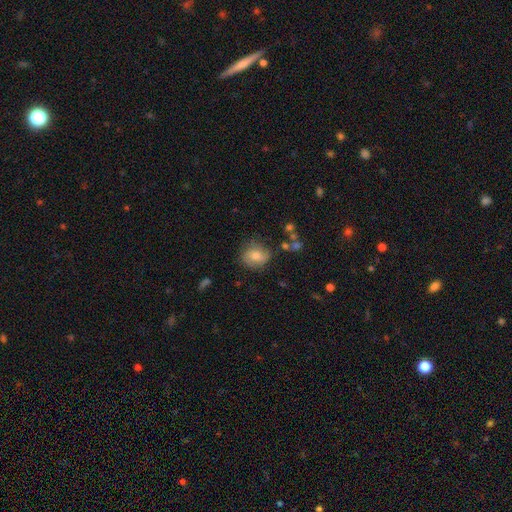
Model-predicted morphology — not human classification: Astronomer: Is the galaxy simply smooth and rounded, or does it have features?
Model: smooth — 65%.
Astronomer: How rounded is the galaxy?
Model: round — 70%.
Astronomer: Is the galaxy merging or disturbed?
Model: none — 68%.